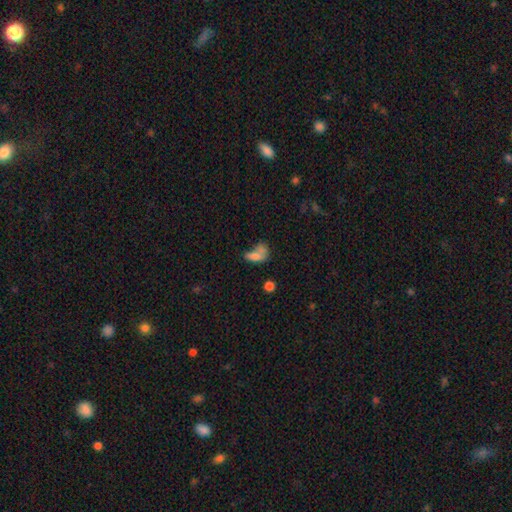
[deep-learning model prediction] Smooth or featured?
  - smooth: 70% *
  - featured or disk: 17%
  - star or artifact: 13%
How rounded?
  - in between: 76% *
  - round: 14%
  - cigar-shaped: 10%
Merging?
  - merger: 44% *
  - none: 24%
  - major disturbance: 17%
  - minor disturbance: 15%